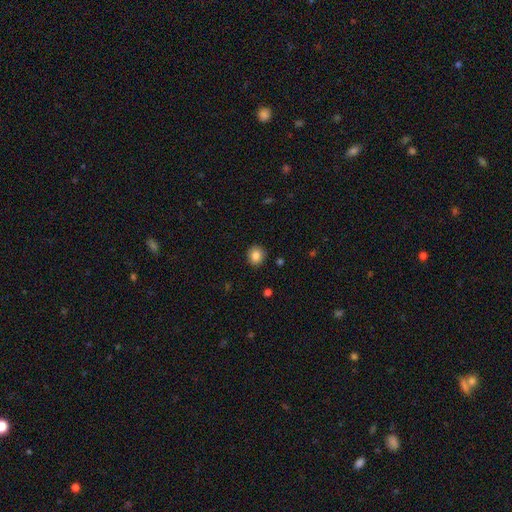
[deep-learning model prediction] smooth 85%, star or artifact 9%, featured or disk 6%. Down the decision tree: how rounded — round (85%); merging — none (90%).